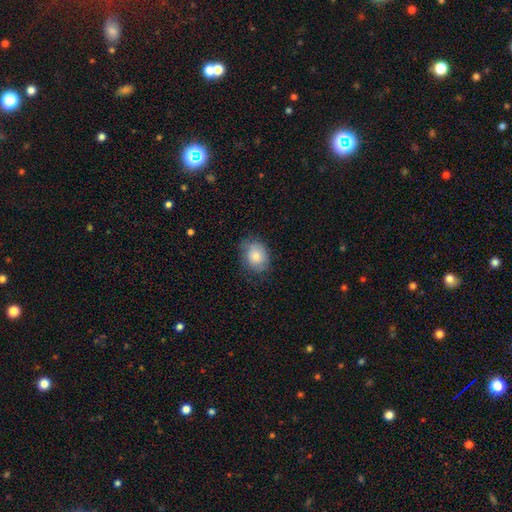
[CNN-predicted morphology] Smooth or featured: smooth — 78% (featured or disk — 15%)
How rounded: in between — 54% (round — 45%)
Merging: none — 68% (minor disturbance — 24%)